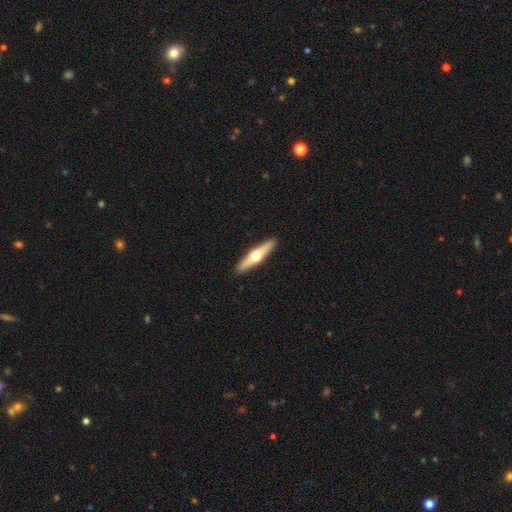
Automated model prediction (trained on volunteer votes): Smooth or featured? Predicted: featured or disk (p=0.58). Edge-on disk? Predicted: yes (p=0.94). Edge-on bulge? Predicted: rounded (p=0.95). Merging? Predicted: none (p=0.92).